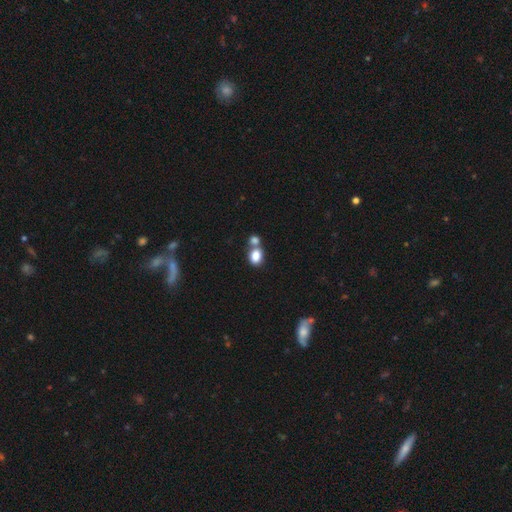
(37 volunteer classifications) Smooth or featured? smooth (89%)
How rounded? in between (52%)
Merging? merger (51%)